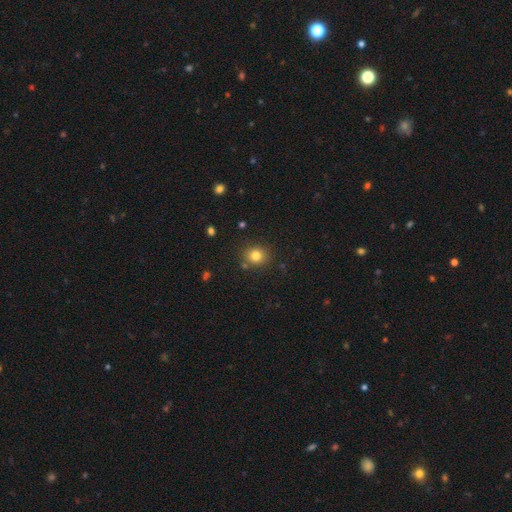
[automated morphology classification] This is clearly a smooth galaxy (81%). How rounded: clearly round (82%). Merging: clearly none (83%).